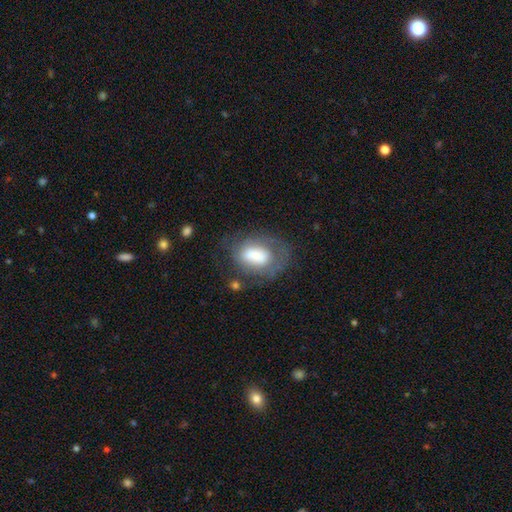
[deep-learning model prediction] Smooth or featured: smooth — 57% (featured or disk — 34%)
How rounded: in between — 80% (round — 19%)
Merging: none — 48% (minor disturbance — 25%)